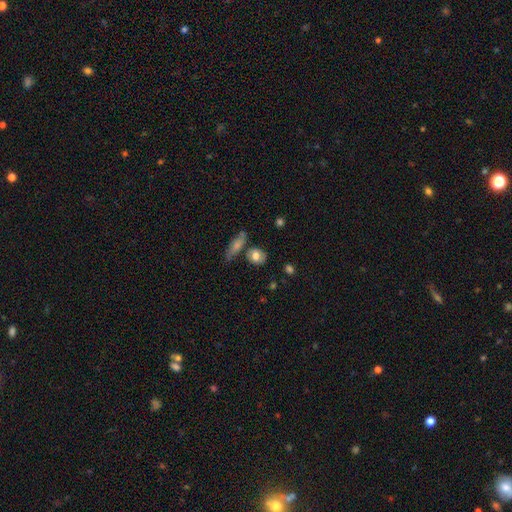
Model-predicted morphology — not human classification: Q: Smooth or featured?
A: smooth (76%); runner-up: featured or disk (16%)
Q: How rounded?
A: round (56%); runner-up: in between (41%)
Q: Merging?
A: none (67%); runner-up: minor disturbance (16%)